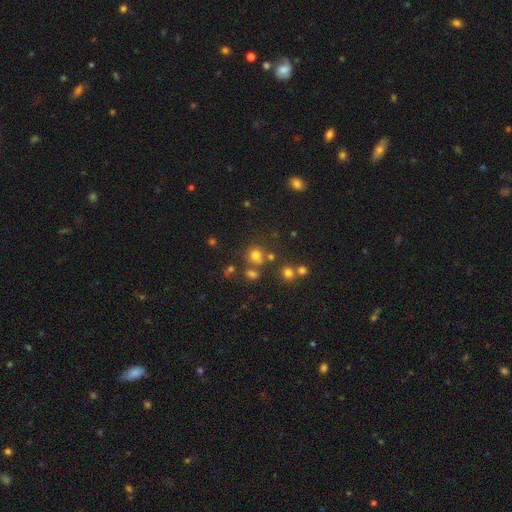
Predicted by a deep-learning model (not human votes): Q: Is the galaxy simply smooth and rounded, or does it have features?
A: smooth — 70%.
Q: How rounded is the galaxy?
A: round — 83%.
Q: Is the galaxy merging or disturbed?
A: none — 67%.